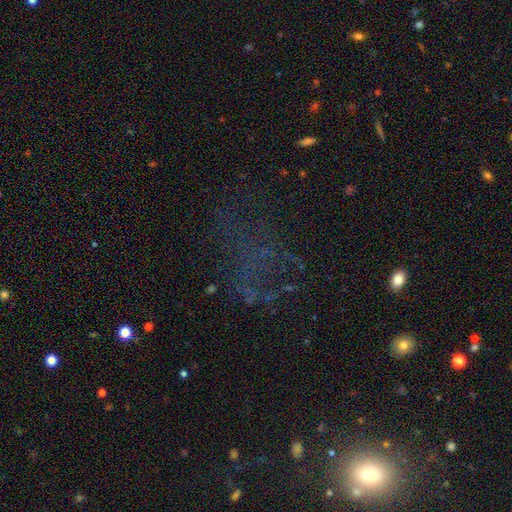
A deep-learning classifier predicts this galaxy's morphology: Smooth or featured? Predicted: star or artifact (p=0.47).